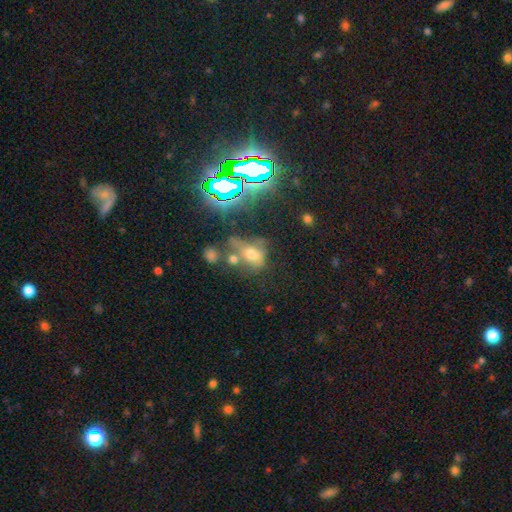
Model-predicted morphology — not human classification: smooth_or_featured: star or artifact (p=0.62) [alt: smooth p=0.26]